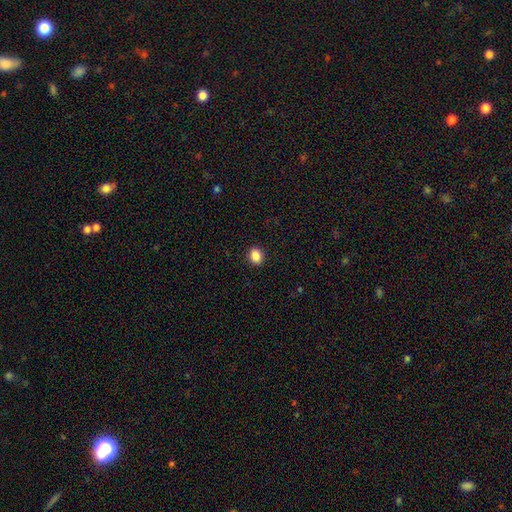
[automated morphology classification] The model was most divided on "how rounded": in between: 52%, round: 47%, cigar-shaped: 1%. More confident: merging — none (91%); smooth or featured — smooth (87%).